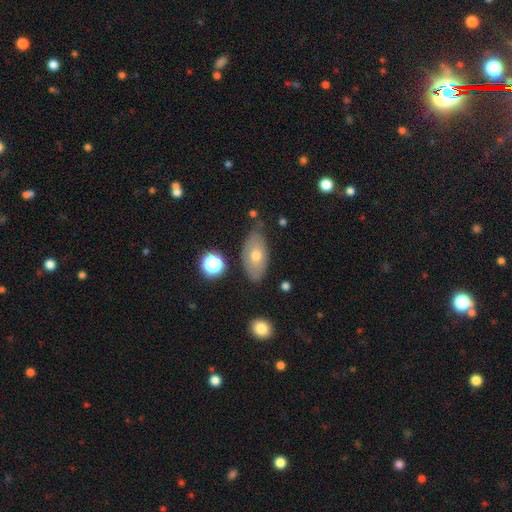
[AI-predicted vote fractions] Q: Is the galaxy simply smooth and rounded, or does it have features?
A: smooth — 60%.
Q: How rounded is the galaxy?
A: in between — 90%.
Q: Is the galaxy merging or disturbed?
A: none — 70%.